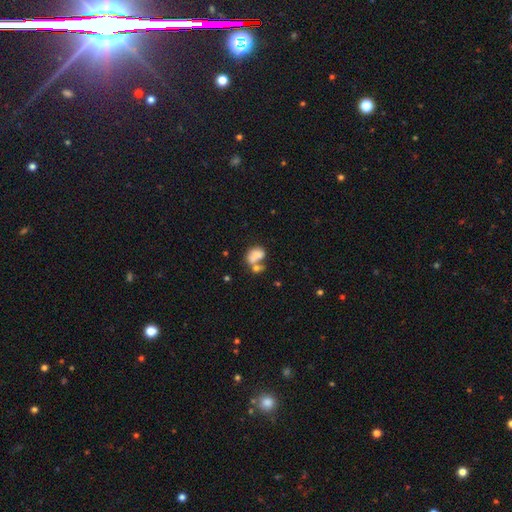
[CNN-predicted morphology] smooth 73%, featured or disk 17%, star or artifact 10%. Down the decision tree: how rounded — in between (78%); merging — merger (54%).